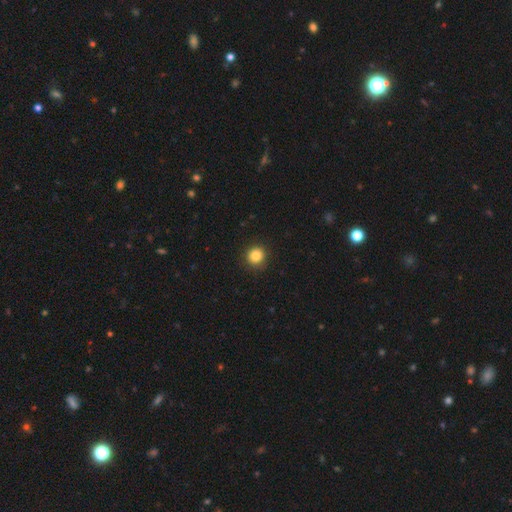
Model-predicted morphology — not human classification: Overall: smooth (85%). How rounded: round (92%). Merging: none (91%).